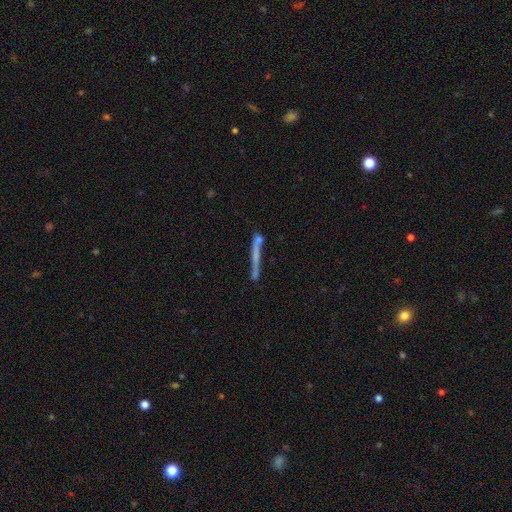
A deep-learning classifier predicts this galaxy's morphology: A smooth galaxy with no disk features (46%). Merging: none (63%).